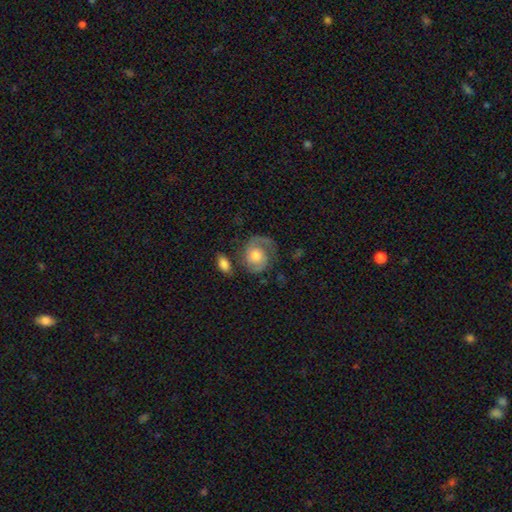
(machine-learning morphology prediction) The model was most divided on "spiral winding": medium: 41%, tight: 40%, loose: 19%. More confident: edge-on disk — no (98%); spiral arms — yes (92%); bar — no (74%); smooth or featured — featured or disk (72%); spiral arm count — 2 (63%); bulge size — moderate (59%); merging — none (57%).